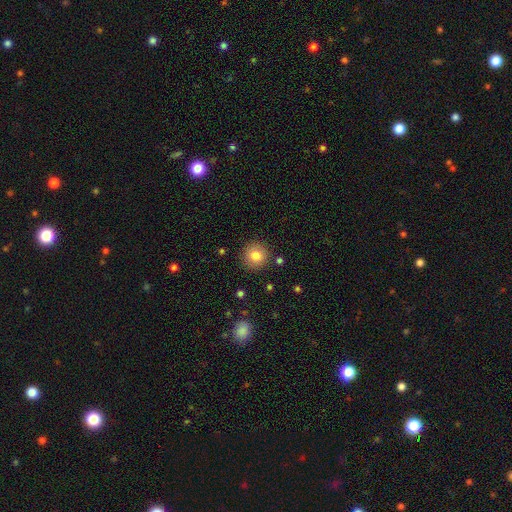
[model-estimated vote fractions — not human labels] This is clearly a smooth galaxy (82%). How rounded: clearly round (94%). Merging: clearly none (89%).